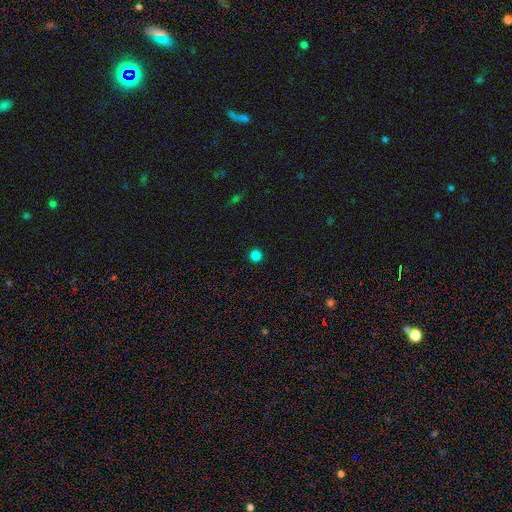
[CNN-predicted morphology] Overall: smooth (83%). How rounded: round (96%). Merging: none (94%).